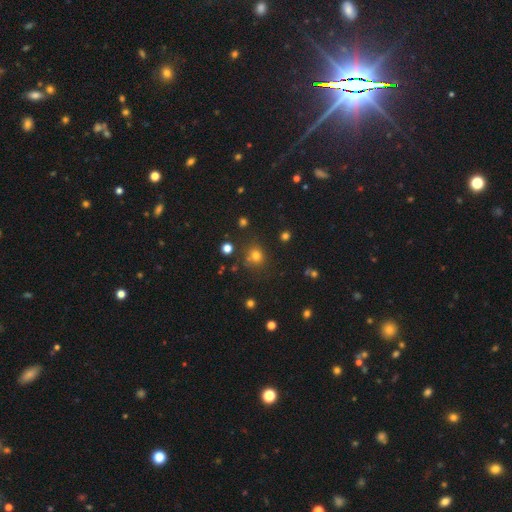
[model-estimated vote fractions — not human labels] Morphology: type=smooth (74%); roundness=round (85%); merging=none (76%).